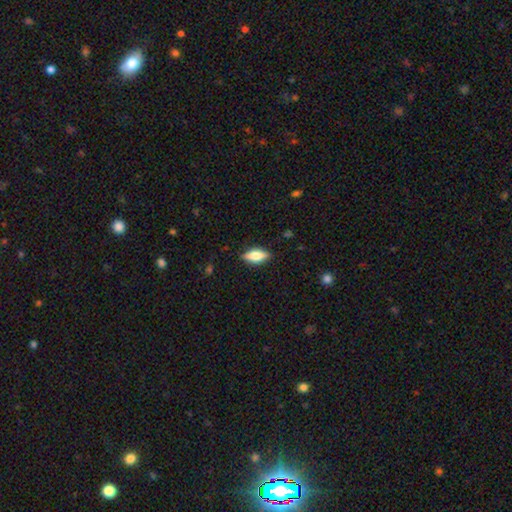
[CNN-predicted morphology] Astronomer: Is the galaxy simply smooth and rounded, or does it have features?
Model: smooth — 59%.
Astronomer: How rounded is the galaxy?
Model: in between — 75%.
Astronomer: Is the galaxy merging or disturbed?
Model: none — 85%.